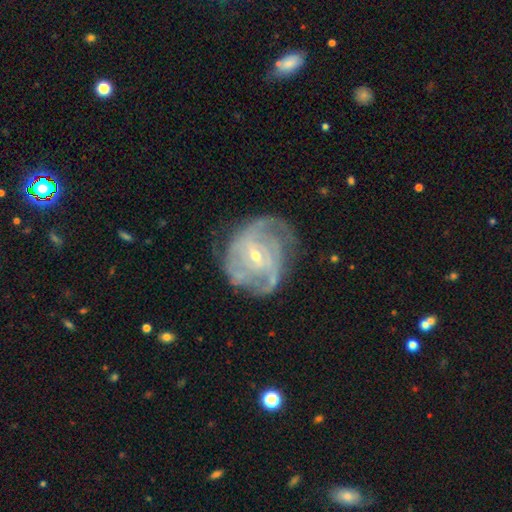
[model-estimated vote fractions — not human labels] Smooth or featured?
  - featured or disk: 86% *
  - smooth: 8%
  - star or artifact: 6%
Edge-on disk?
  - no: 97% *
  - yes: 3%
Bar?
  - weak: 50% *
  - no: 34%
  - strong: 16%
Spiral arms?
  - yes: 93% *
  - no: 7%
Spiral winding?
  - tight: 51% *
  - medium: 38%
  - loose: 11%
Spiral arm count?
  - can't tell: 31% *
  - 2: 30%
  - 3: 20%
  - 4: 9%
  - 1: 5%
  - more than 4: 5%
Bulge size?
  - small: 67% *
  - moderate: 30%
  - none: 1%
  - large: 1%
  - dominant: 1%
Merging?
  - none: 58% *
  - minor disturbance: 25%
  - major disturbance: 15%
  - merger: 2%